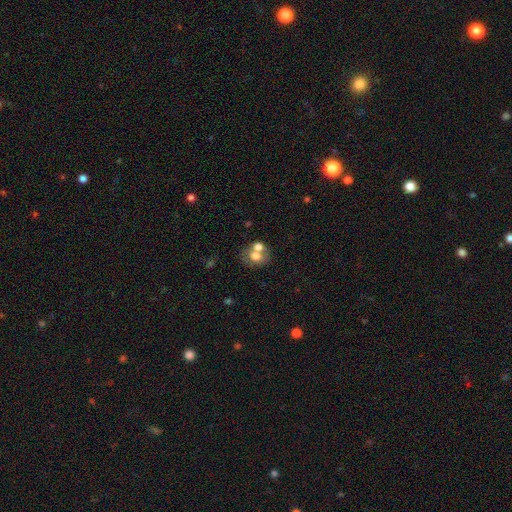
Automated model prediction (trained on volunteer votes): Overall: smooth (65%). How rounded: round (53%; in between 46%). Merging: merger (44%; none 40%).